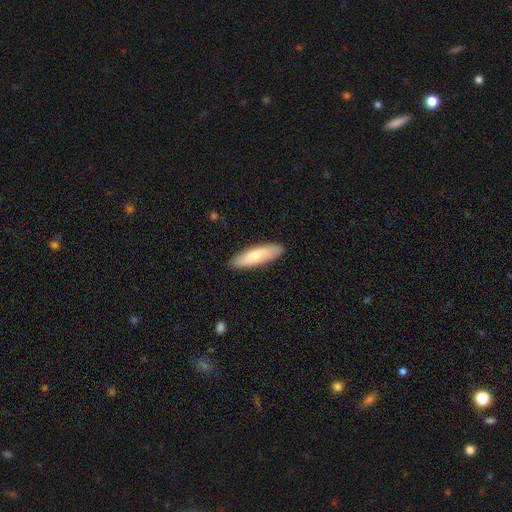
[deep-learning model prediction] Smooth or featured: smooth — 73% (featured or disk — 22%)
How rounded: cigar-shaped — 58% (in between — 40%)
Merging: none — 87% (minor disturbance — 10%)